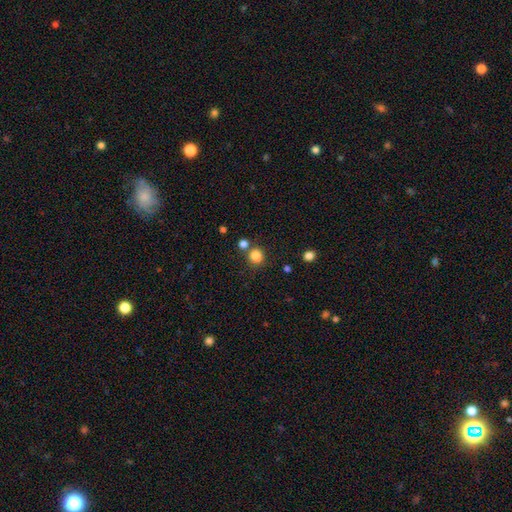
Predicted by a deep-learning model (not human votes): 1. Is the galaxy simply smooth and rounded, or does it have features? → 83% smooth, 13% star or artifact, 5% featured or disk.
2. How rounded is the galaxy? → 79% round, 20% in between, 1% cigar-shaped.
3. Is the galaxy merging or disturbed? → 68% none, 17% merger, 11% minor disturbance, 4% major disturbance.